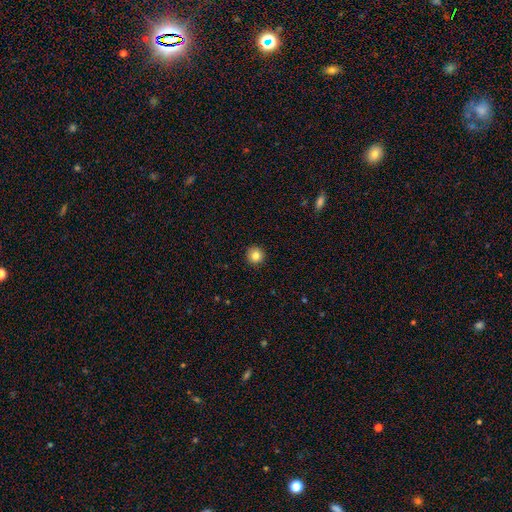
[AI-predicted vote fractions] This appears to be a smooth galaxy with no disk features (83%) that is round (95%). Merging: none (93%).